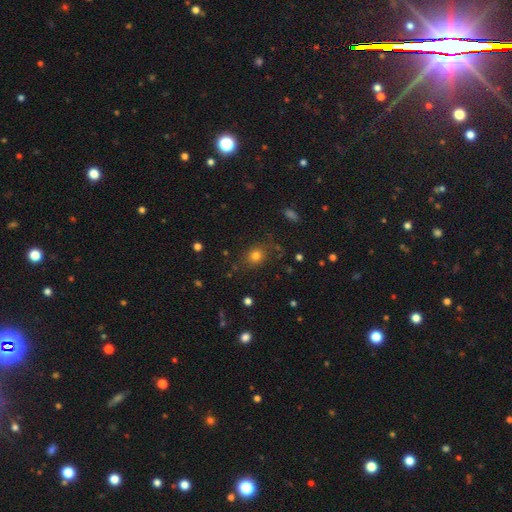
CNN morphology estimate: Smooth or featured?
  - smooth: 77% *
  - star or artifact: 16%
  - featured or disk: 7%
How rounded?
  - round: 72% *
  - in between: 27%
  - cigar-shaped: 1%
Merging?
  - none: 80% *
  - minor disturbance: 13%
  - major disturbance: 5%
  - merger: 2%